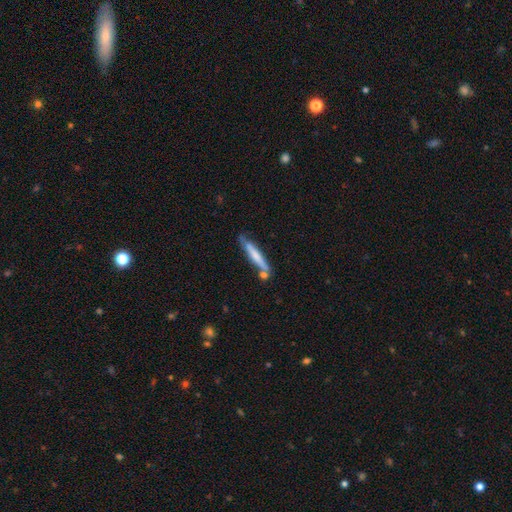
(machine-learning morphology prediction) Q: Smooth or featured?
A: smooth (56%); runner-up: featured or disk (38%)
Q: How rounded?
A: cigar-shaped (93%); runner-up: in between (5%)
Q: Merging?
A: none (64%); runner-up: minor disturbance (19%)